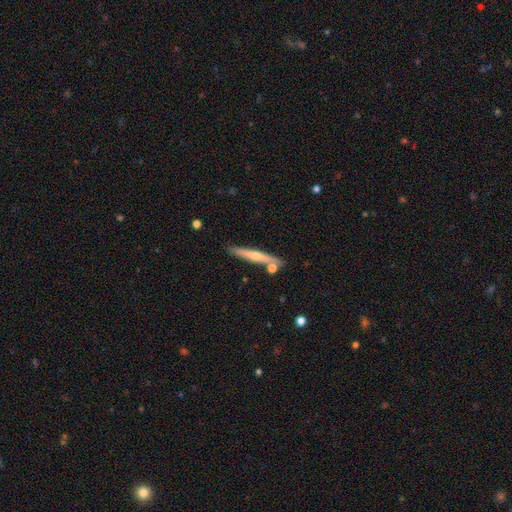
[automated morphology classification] Overall: featured or disk (59%; smooth 34%). Edge-on disk: yes (95%). Edge-on bulge: rounded (71%). Merging: none (81%).